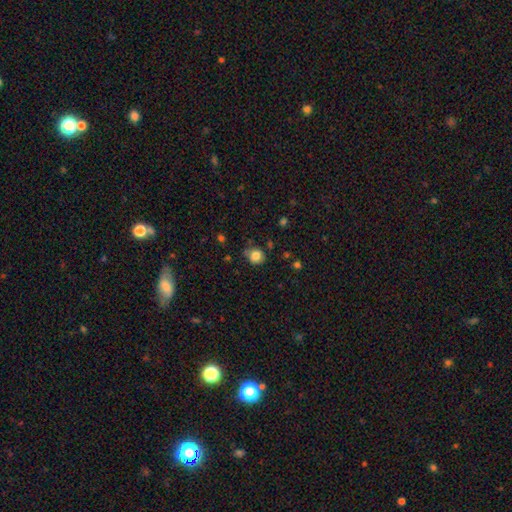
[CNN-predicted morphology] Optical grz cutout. It shows a smooth galaxy with no disk features (82%) that is round (81%). Merging: none (71%).